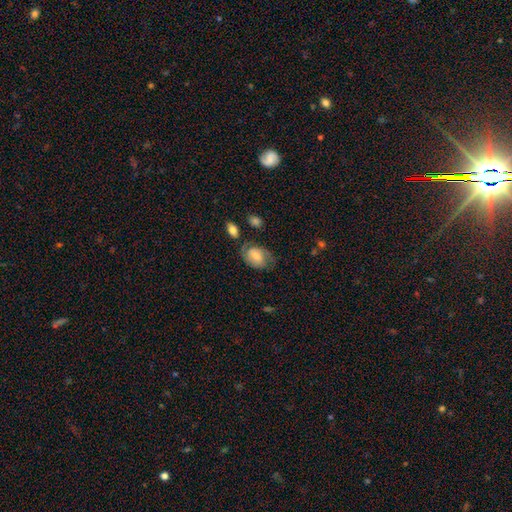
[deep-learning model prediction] smooth-or-featured: featured or disk: 46% (tied) | smooth: 46% (tied) | star or artifact: 8%
  merging: none: 61% | minor disturbance: 22% | major disturbance: 11% | merger: 5%